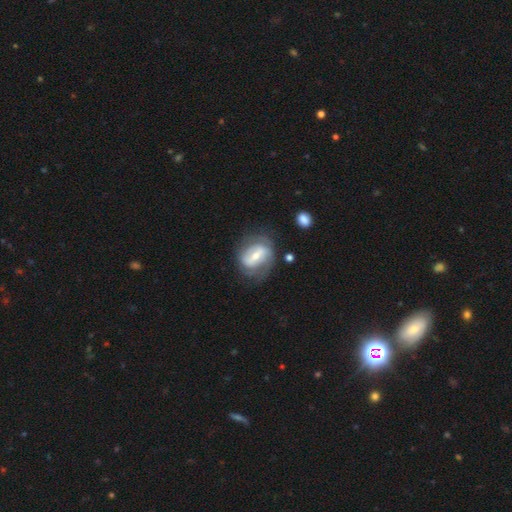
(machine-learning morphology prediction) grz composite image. It shows a featured or disk galaxy (68%) with a strong bar (46%), spiral arms (69%) and a moderate central bulge (51%). Merging: none (61%).